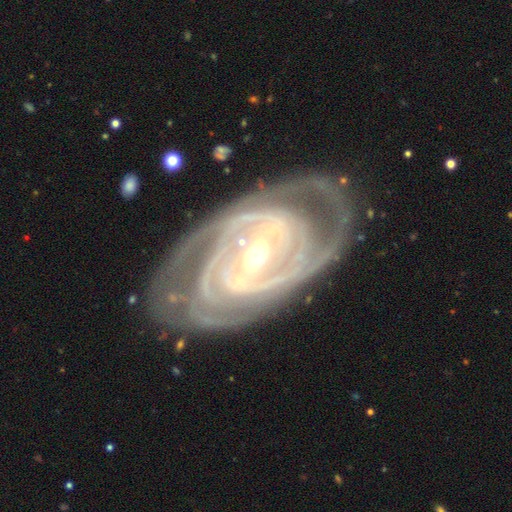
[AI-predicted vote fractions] Q: Smooth or featured?
A: featured or disk (92%); runner-up: star or artifact (4%)
Q: Edge-on disk?
A: no (96%); runner-up: yes (4%)
Q: Bar?
A: strong (40%); runner-up: weak (37%)
Q: Spiral arms?
A: yes (98%); runner-up: no (2%)
Q: Spiral winding?
A: tight (78%); runner-up: medium (19%)
Q: Spiral arm count?
A: 3 (27%); runner-up: 2 (25%)
Q: Bulge size?
A: moderate (57%); runner-up: small (38%)
Q: Merging?
A: none (78%); runner-up: minor disturbance (15%)